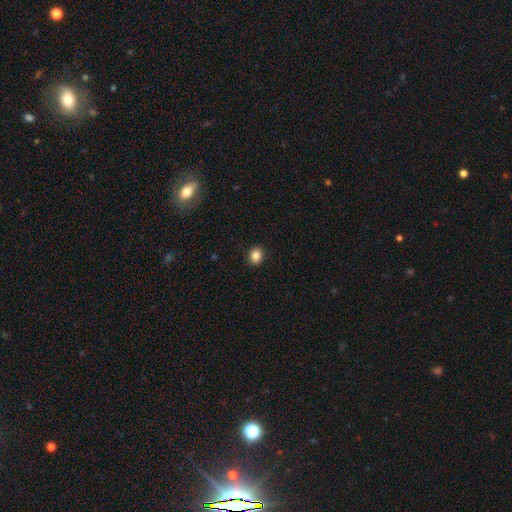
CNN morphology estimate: smooth_or_featured: smooth (p=0.85) [alt: star or artifact p=0.10]
how_rounded: round (p=0.75) [alt: in between p=0.24]
merging: none (p=0.92) [alt: minor disturbance p=0.05]